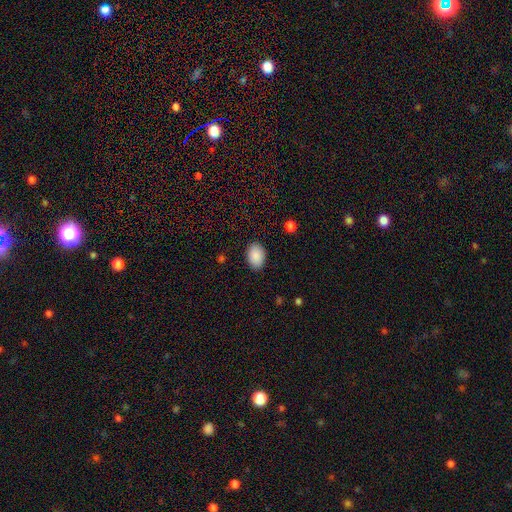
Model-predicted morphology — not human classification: Smooth or featured: smooth — 89% (star or artifact — 7%)
How rounded: in between — 85% (round — 14%)
Merging: none — 88% (minor disturbance — 8%)